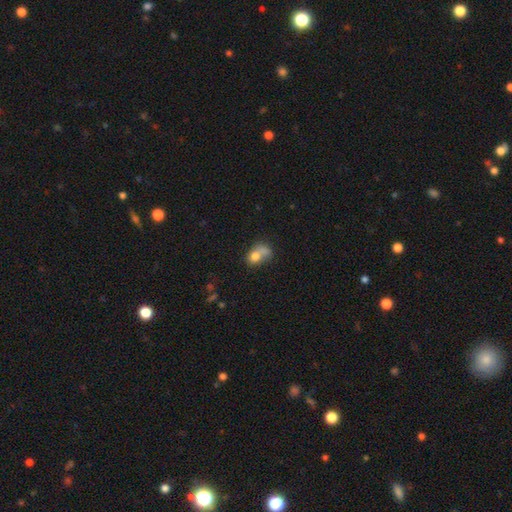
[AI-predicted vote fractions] Overall: smooth (74%). How rounded: in between (51%; round 47%). Merging: merger (54%; none 24%).